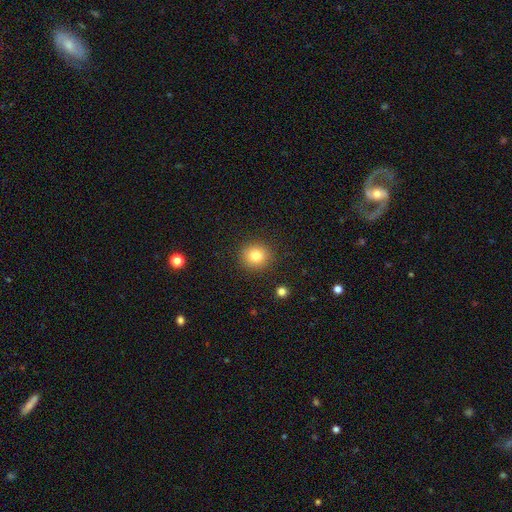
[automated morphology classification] This appears to be a smooth galaxy with no disk features (82%) that is round (88%). Merging: none (89%).